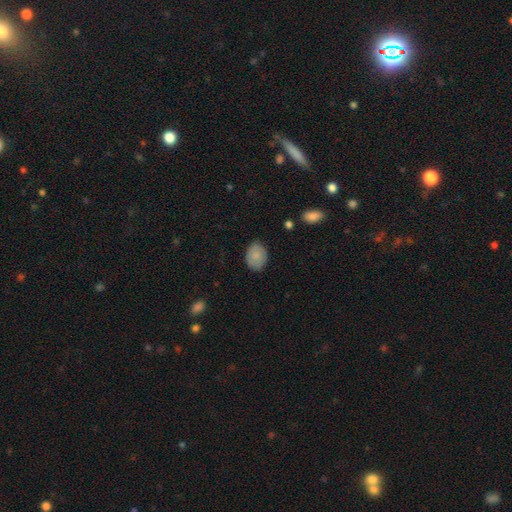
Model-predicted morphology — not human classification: smooth-or-featured: smooth: 84% | featured or disk: 9% | star or artifact: 7%
  how-rounded: in between: 75% | round: 24% | cigar-shaped: 1%
  merging: none: 81% | minor disturbance: 15% | major disturbance: 3% | merger: 1%